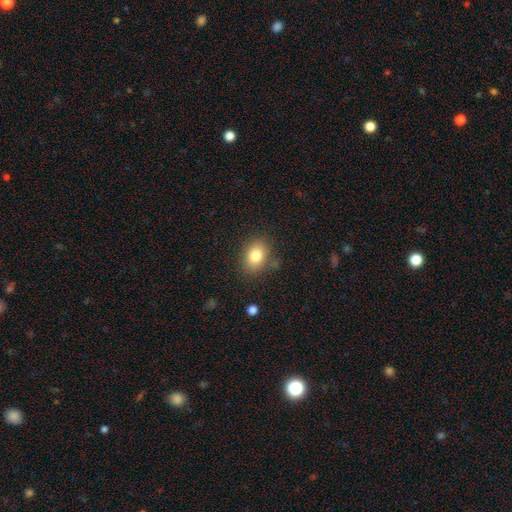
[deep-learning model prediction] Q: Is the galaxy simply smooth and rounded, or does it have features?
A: smooth — 80%.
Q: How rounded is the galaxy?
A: in between — 64%.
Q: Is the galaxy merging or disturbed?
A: none — 79%.